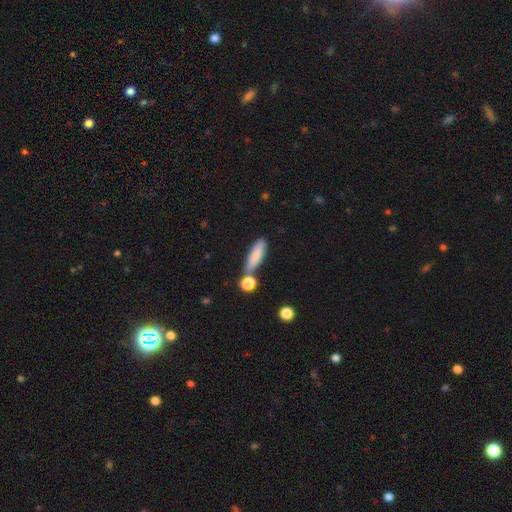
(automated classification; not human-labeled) This appears to be a smooth galaxy with no disk features (82%) that is cigar-shaped (54%). Merging: none (61%).